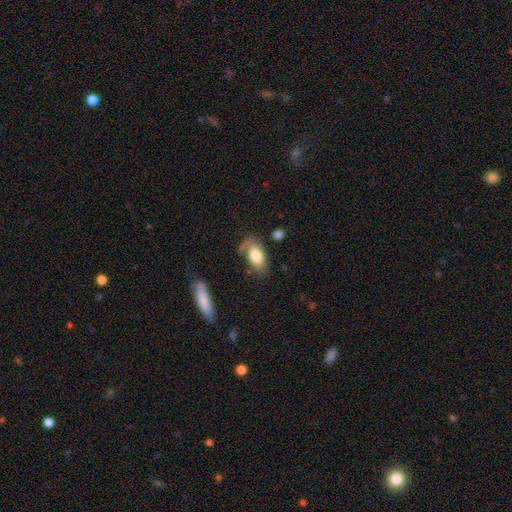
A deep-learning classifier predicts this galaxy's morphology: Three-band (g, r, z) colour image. It shows a smooth galaxy with no disk features (73%) that is in between round and cigar-shaped (92%). Merging: none (54%).